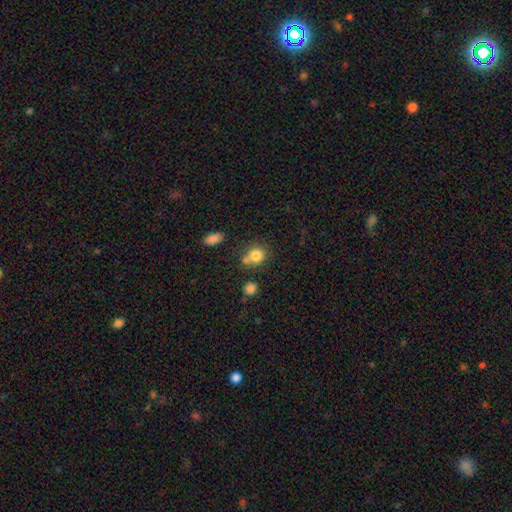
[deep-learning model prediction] smooth 81%, star or artifact 11%, featured or disk 8%. Down the decision tree: how rounded — round (80%); merging — none (57%).